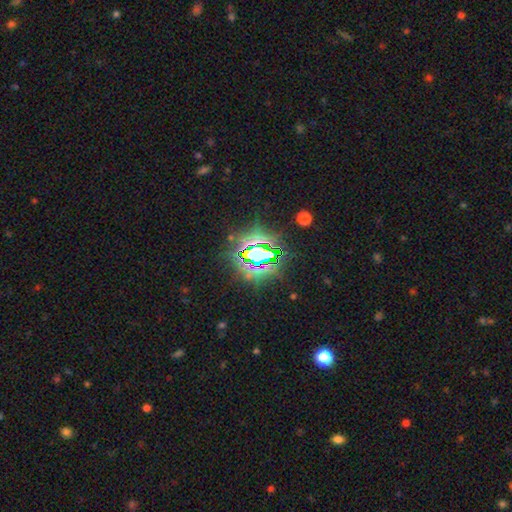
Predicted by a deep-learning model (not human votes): Smooth or featured? star or artifact (77%)